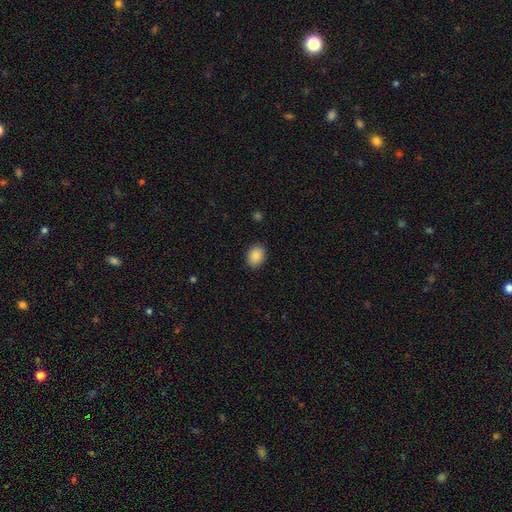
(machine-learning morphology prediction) smooth-or-featured: smooth: 88% | star or artifact: 8% | featured or disk: 4%
  how-rounded: in between: 57% | round: 42% | cigar-shaped: 1%
  merging: none: 89% | minor disturbance: 8% | major disturbance: 2% | merger: 1%